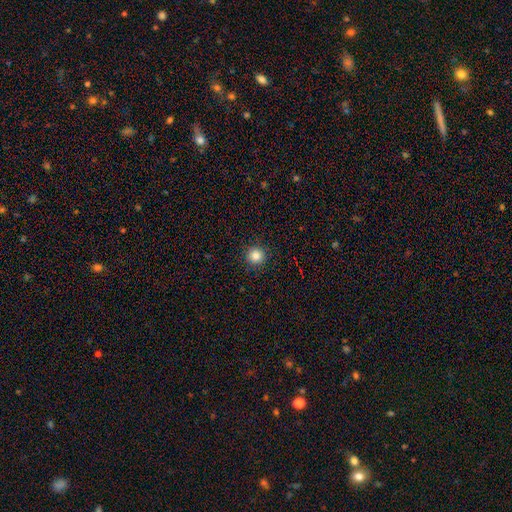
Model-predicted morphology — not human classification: A smooth galaxy with no disk features (84%) that is round (95%). Merging: none (92%).